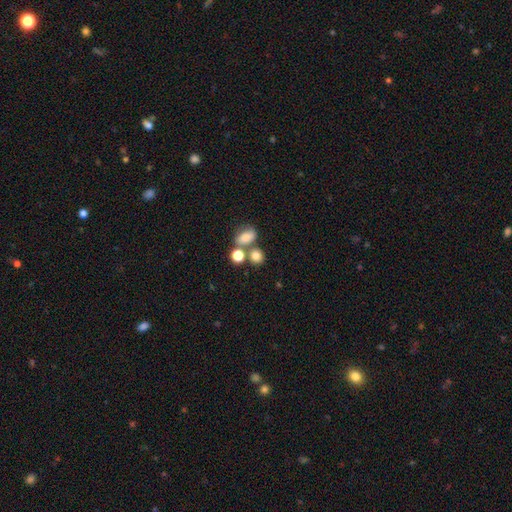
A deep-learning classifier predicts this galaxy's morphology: A smooth galaxy with no disk features (78%) that is round (71%). Merging: none (54%).